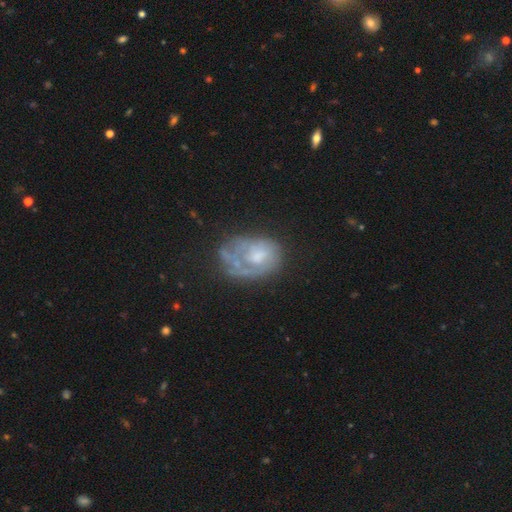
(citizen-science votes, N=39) smooth_or_featured: featured or disk (p=0.59) [alt: smooth p=0.33]
disk_edge_on: no (p=1.00)
bar: no (p=0.91) [alt: weak p=0.09]
has_spiral_arms: no (p=0.52) [alt: yes p=0.48]
bulge_size: small (p=0.39) [alt: moderate p=0.30]
merging: none (p=0.44) [alt: major disturbance p=0.22]